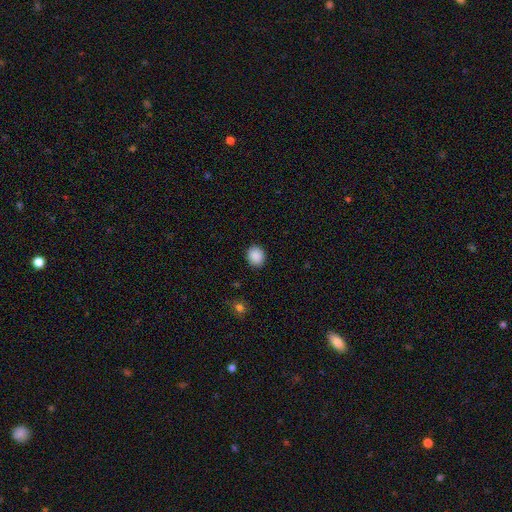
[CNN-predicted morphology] Q: Smooth or featured?
A: smooth (89%); runner-up: star or artifact (8%)
Q: How rounded?
A: round (76%); runner-up: in between (23%)
Q: Merging?
A: none (91%); runner-up: minor disturbance (6%)